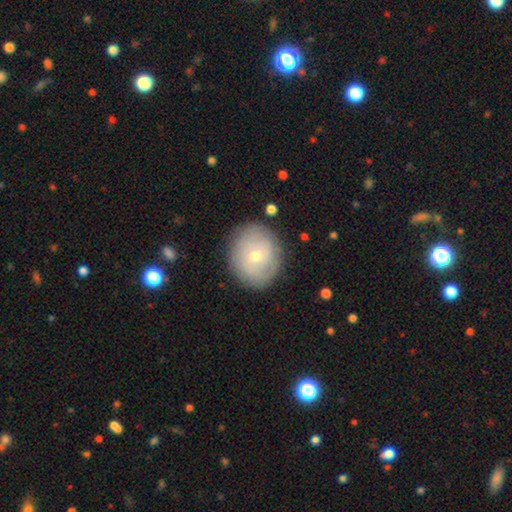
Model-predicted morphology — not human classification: A featured or disk galaxy (46%).

Vote fractions:
- Smooth or featured? featured or disk: 46% / smooth: 45% / star or artifact: 9%
- Merging? none: 84% / minor disturbance: 11% / major disturbance: 3% / merger: 1%